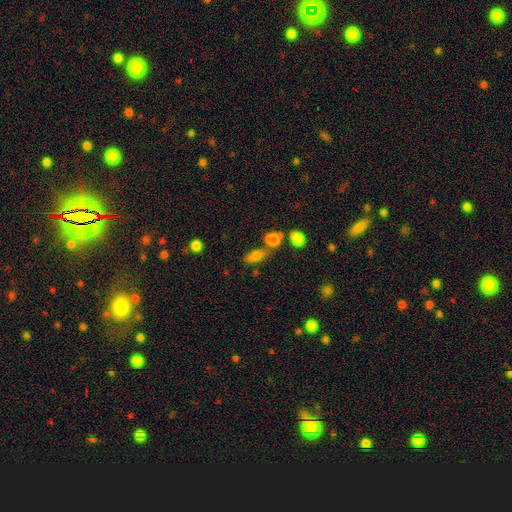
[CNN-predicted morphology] type=smooth (77%); roundness=in between (77%); merging=none (52%).